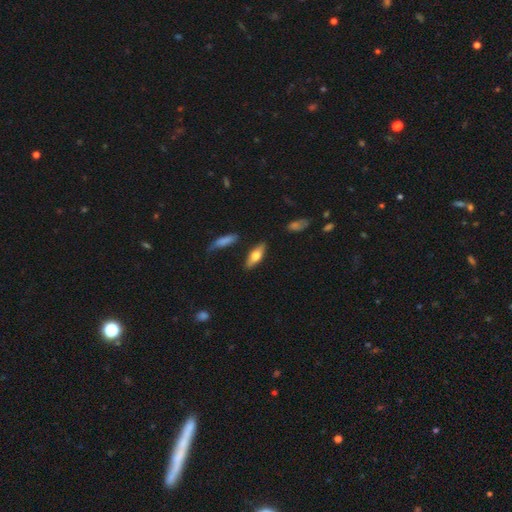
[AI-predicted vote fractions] Smooth or featured: smooth — 56% (featured or disk — 38%)
How rounded: in between — 58% (cigar-shaped — 39%)
Merging: none — 83% (minor disturbance — 12%)